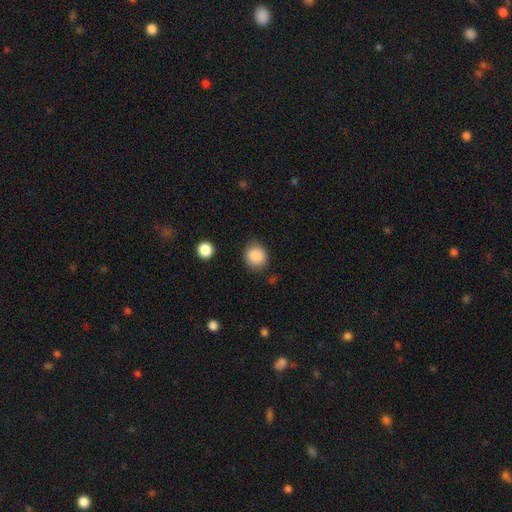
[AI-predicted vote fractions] Smooth or featured? smooth (87%)
How rounded? round (73%)
Merging? none (80%)